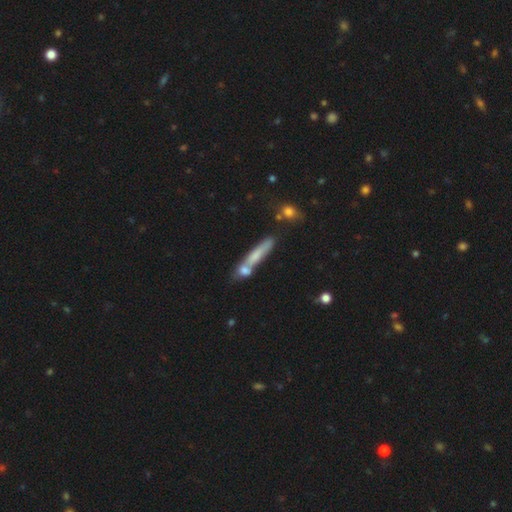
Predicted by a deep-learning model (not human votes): Smooth or featured?
  - smooth: 59% *
  - featured or disk: 32%
  - star or artifact: 9%
How rounded?
  - cigar-shaped: 87% *
  - in between: 10%
  - round: 3%
Merging?
  - none: 46% *
  - merger: 32%
  - minor disturbance: 14%
  - major disturbance: 7%